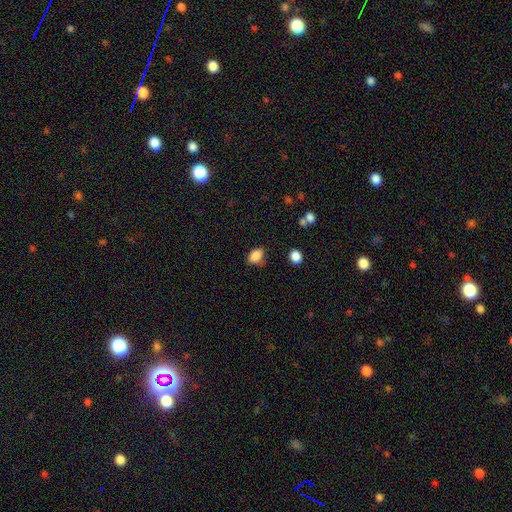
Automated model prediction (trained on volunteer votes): smooth_or_featured: smooth (p=0.86) [alt: star or artifact p=0.09]
how_rounded: in between (p=0.76) [alt: round p=0.22]
merging: none (p=0.67) [alt: minor disturbance p=0.25]